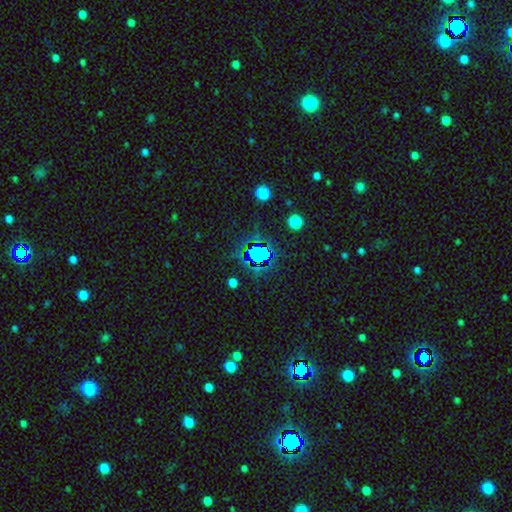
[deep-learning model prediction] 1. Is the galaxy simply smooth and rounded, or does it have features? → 65% star or artifact, 23% smooth, 12% featured or disk.